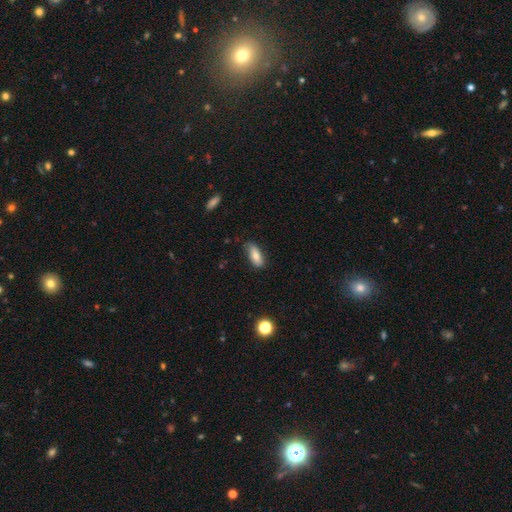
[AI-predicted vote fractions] This is likely a smooth galaxy (75%). How rounded: likely in between (78%). Merging: likely none (73%).